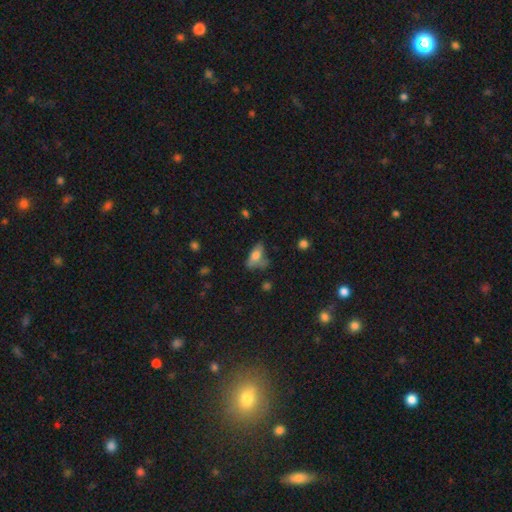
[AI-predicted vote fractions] This is likely a smooth galaxy (70%). How rounded: clearly in between (83%). Merging: marginally none (37%).